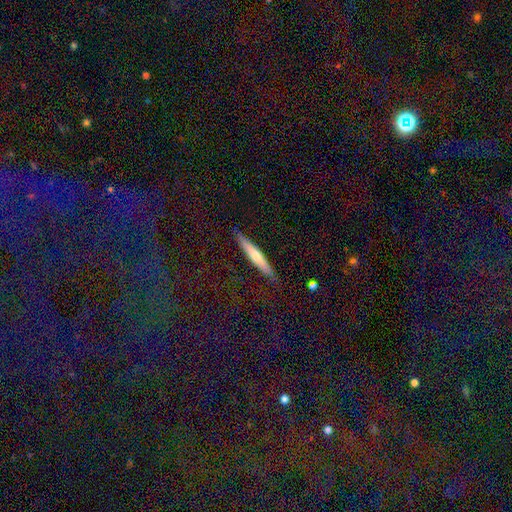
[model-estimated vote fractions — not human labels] Smooth or featured: smooth — 52% (featured or disk — 41%)
How rounded: cigar-shaped — 93% (in between — 6%)
Merging: none — 87% (minor disturbance — 10%)